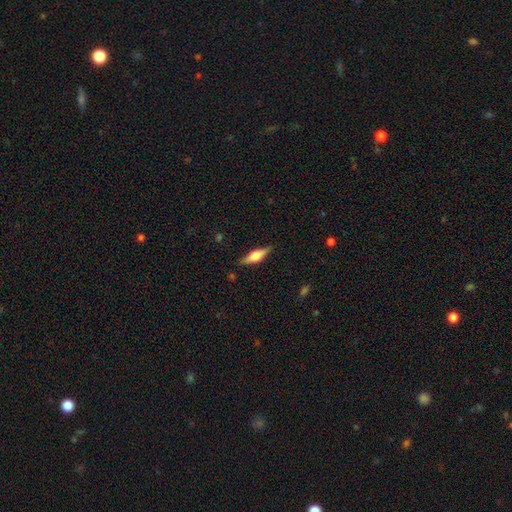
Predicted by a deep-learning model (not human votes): Q: Smooth or featured?
A: featured or disk (53%); runner-up: smooth (41%)
Q: Edge-on disk?
A: yes (95%); runner-up: no (5%)
Q: Edge-on bulge?
A: rounded (86%); runner-up: boxy (11%)
Q: Merging?
A: none (86%); runner-up: minor disturbance (10%)